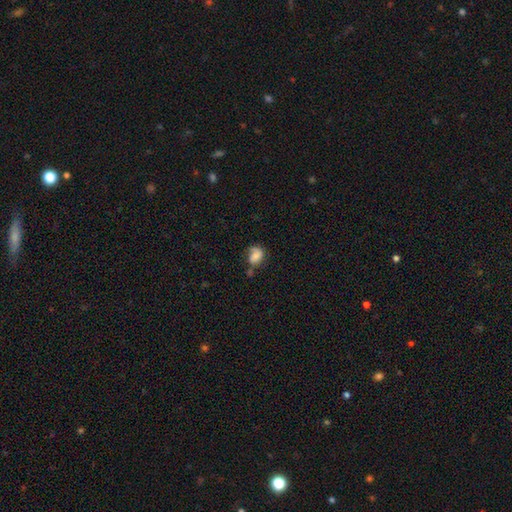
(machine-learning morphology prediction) A smooth galaxy with no disk features (59%) that is in between round and cigar-shaped (58%).

Vote fractions:
- Smooth or featured? smooth: 59% / featured or disk: 31% / star or artifact: 10%
- How rounded? in between: 58% / round: 40% / cigar-shaped: 1%
- Merging? none: 40% / minor disturbance: 27% / major disturbance: 18% / merger: 14%